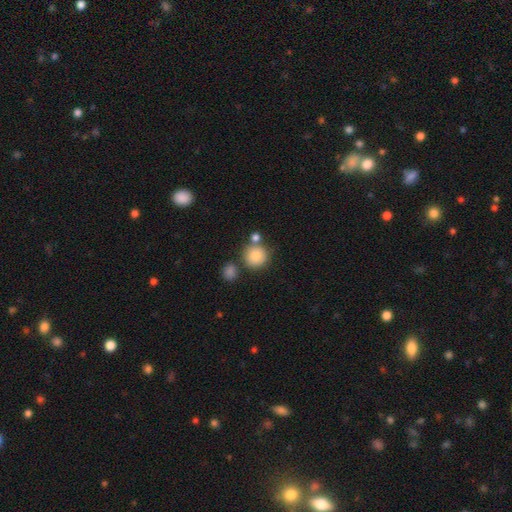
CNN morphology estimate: Smooth or featured?
  - smooth: 84% *
  - star or artifact: 9%
  - featured or disk: 7%
How rounded?
  - round: 91% *
  - in between: 8%
  - cigar-shaped: 1%
Merging?
  - none: 67% *
  - merger: 19%
  - minor disturbance: 10%
  - major disturbance: 4%